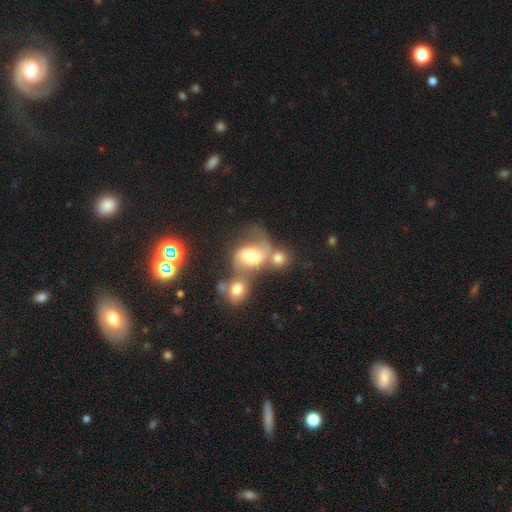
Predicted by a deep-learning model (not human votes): smooth_or_featured: featured or disk (p=0.50) [alt: smooth p=0.28]
merging: merger (p=0.45) [alt: none p=0.26]